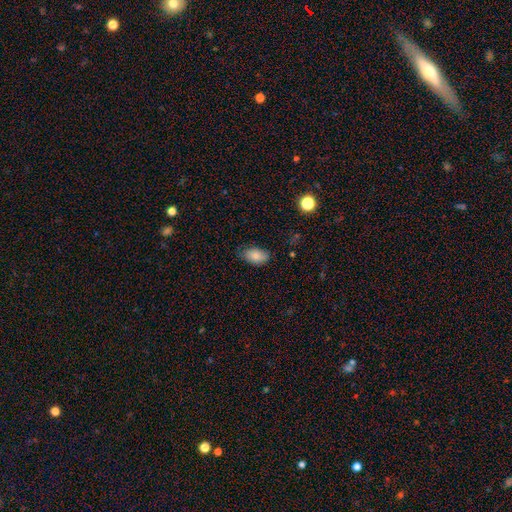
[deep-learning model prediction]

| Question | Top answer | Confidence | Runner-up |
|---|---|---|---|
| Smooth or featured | smooth | 83% | featured or disk (9%) |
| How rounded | in between | 91% | round (7%) |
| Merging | none | 71% | minor disturbance (24%) |